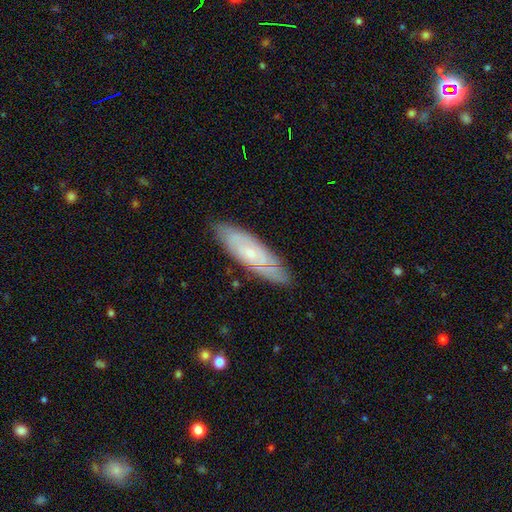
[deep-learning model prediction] Smooth or featured: featured or disk — 57% (smooth — 35%)
Edge-on disk: no — 66% (yes — 34%)
Merging: none — 85% (minor disturbance — 12%)